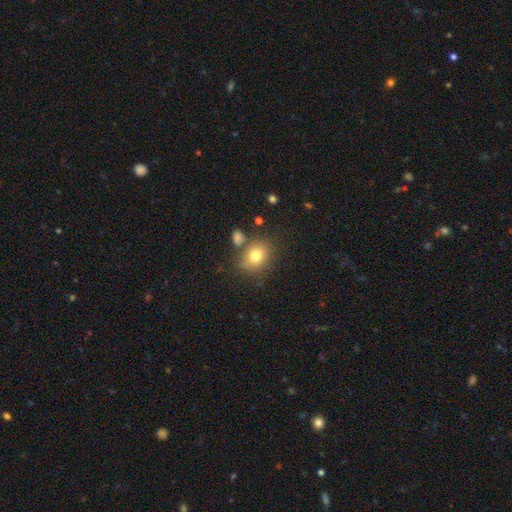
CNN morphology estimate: This is likely a smooth galaxy (77%). How rounded: possibly round (57%). Merging: likely none (70%).